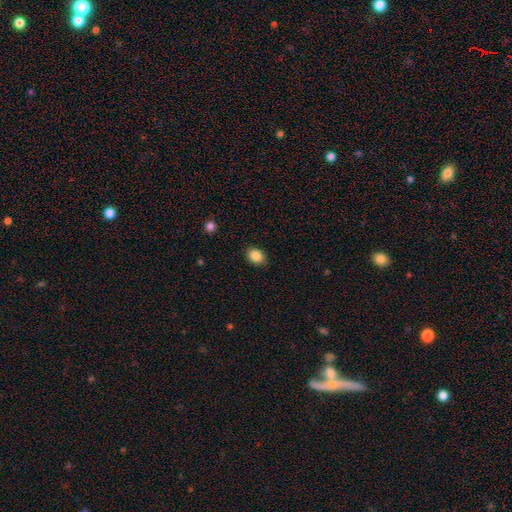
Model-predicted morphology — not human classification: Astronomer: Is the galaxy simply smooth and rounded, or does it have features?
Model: smooth — 86%.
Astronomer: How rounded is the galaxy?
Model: in between — 62% (runner-up: round, 37%).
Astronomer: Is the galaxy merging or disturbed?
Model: none — 88%.